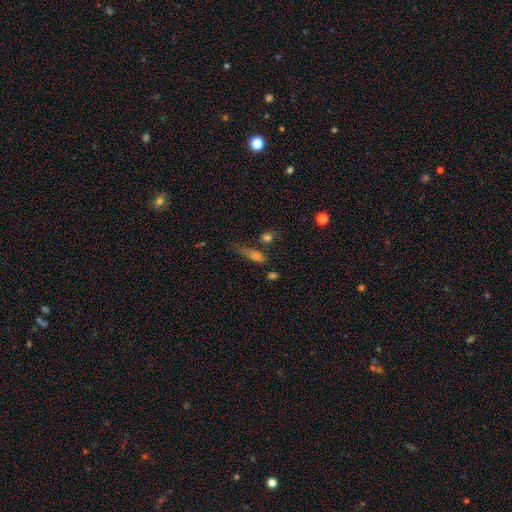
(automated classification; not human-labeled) Morphology: type=smooth (54%); roundness=cigar-shaped (48%); merging=none (46%).